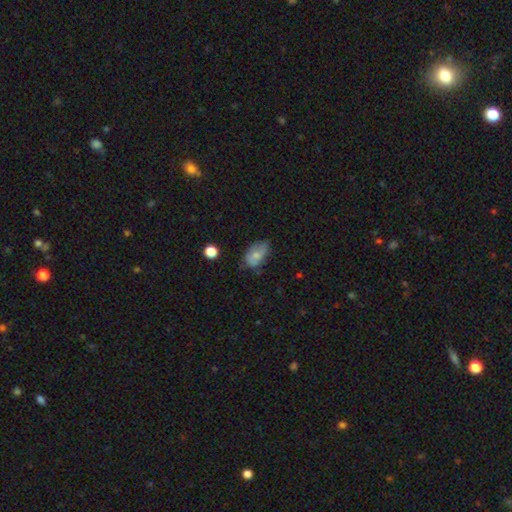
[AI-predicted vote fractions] Smooth or featured?
  - smooth: 70% *
  - featured or disk: 21%
  - star or artifact: 9%
How rounded?
  - in between: 90% *
  - round: 9%
  - cigar-shaped: 2%
Merging?
  - none: 50% *
  - minor disturbance: 37%
  - major disturbance: 10%
  - merger: 3%